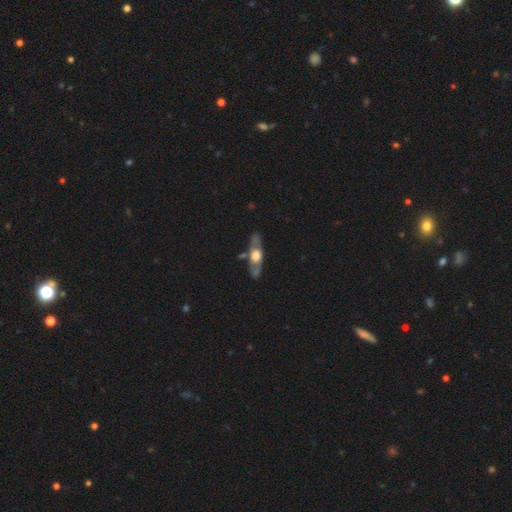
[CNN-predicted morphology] smooth_or_featured: featured or disk (p=0.64) [alt: smooth p=0.31]
disk_edge_on: yes (p=0.64) [alt: no p=0.36]
merging: none (p=0.77) [alt: minor disturbance p=0.15]